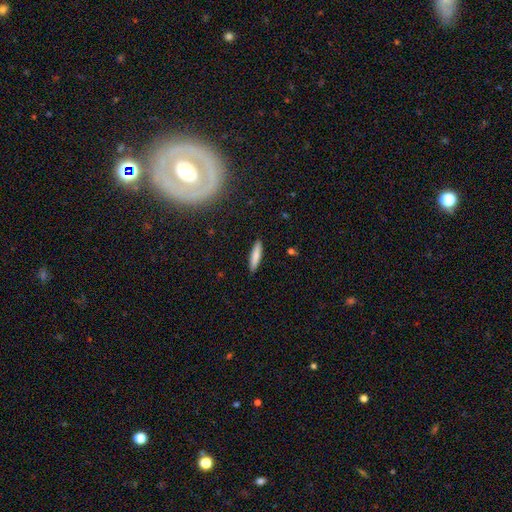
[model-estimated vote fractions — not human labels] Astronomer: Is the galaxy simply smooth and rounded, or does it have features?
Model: smooth — 82%.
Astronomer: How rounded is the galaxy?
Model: cigar-shaped — 80%.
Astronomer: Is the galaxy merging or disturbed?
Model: none — 89%.